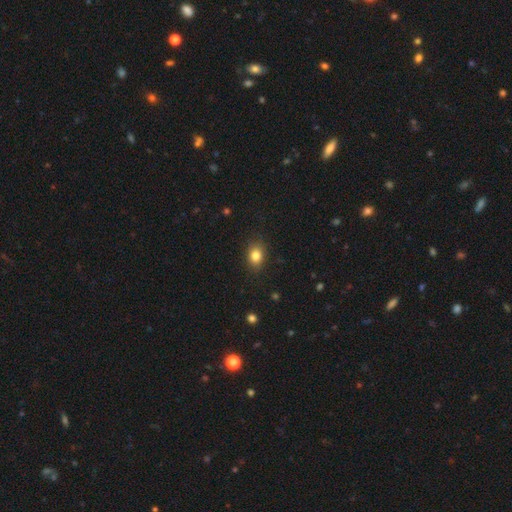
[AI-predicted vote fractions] This appears to be a smooth galaxy with no disk features (83%) that is in between round and cigar-shaped (62%). Merging: none (85%).